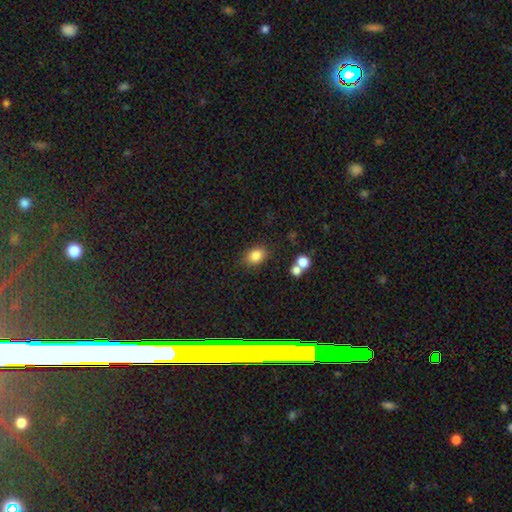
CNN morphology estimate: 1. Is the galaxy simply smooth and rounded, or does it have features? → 84% smooth, 10% star or artifact, 6% featured or disk.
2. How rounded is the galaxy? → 68% in between, 31% round, 1% cigar-shaped.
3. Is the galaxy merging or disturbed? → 81% none, 11% minor disturbance, 5% merger, 3% major disturbance.